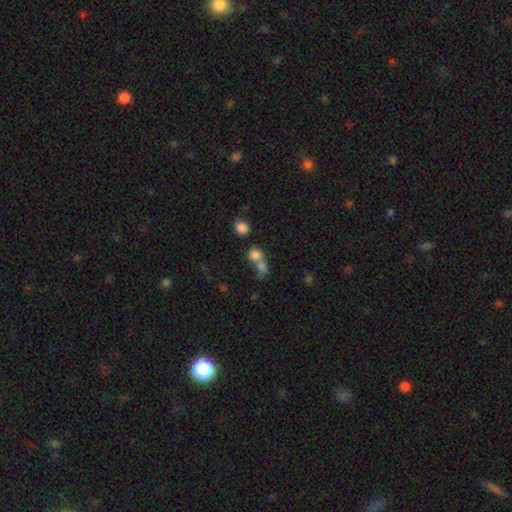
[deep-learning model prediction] Smooth or featured? smooth (78%)
How rounded? round (67%)
Merging? merger (58%)